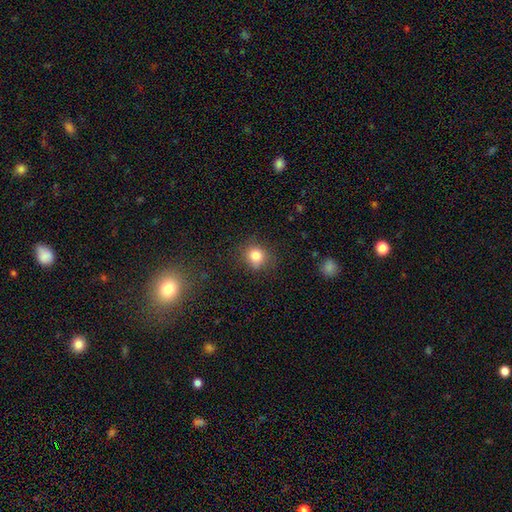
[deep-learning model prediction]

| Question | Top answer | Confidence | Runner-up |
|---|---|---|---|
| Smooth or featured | smooth | 82% | star or artifact (12%) |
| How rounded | round | 80% | in between (19%) |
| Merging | none | 79% | minor disturbance (15%) |